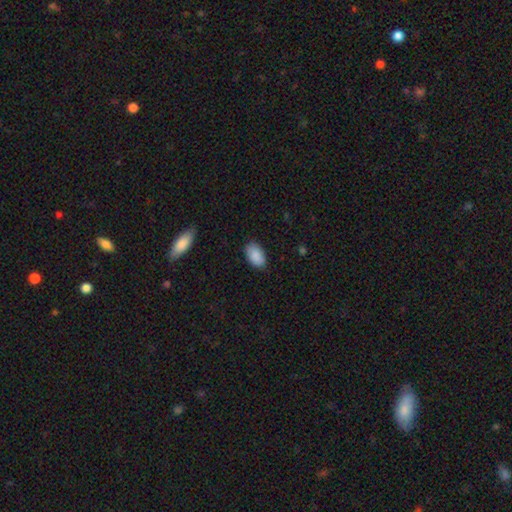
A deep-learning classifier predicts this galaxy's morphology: Q: Smooth or featured?
A: smooth (89%); runner-up: star or artifact (6%)
Q: How rounded?
A: in between (93%); runner-up: round (5%)
Q: Merging?
A: none (83%); runner-up: minor disturbance (13%)